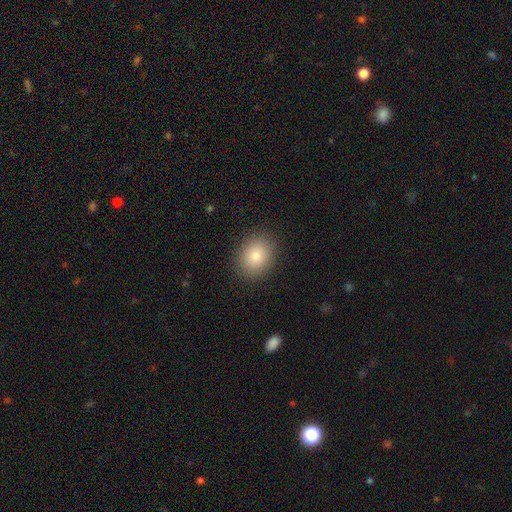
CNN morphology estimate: smooth_or_featured: smooth (p=0.83) [alt: star or artifact p=0.09]
how_rounded: round (p=0.50) [alt: in between p=0.49]
merging: none (p=0.88) [alt: minor disturbance p=0.08]